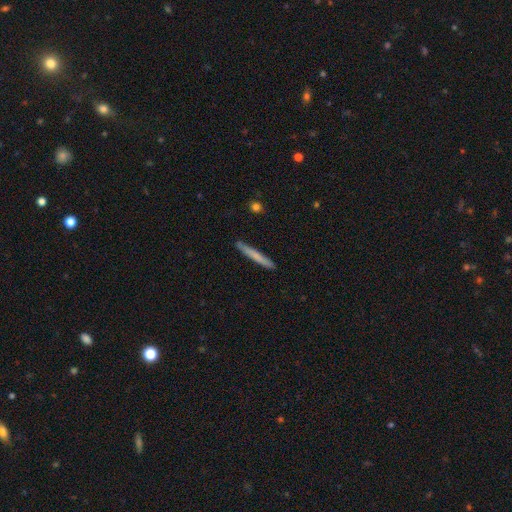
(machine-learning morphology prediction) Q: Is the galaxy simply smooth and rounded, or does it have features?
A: smooth — 67%.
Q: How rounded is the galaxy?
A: cigar-shaped — 97%.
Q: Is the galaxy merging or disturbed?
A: none — 90%.